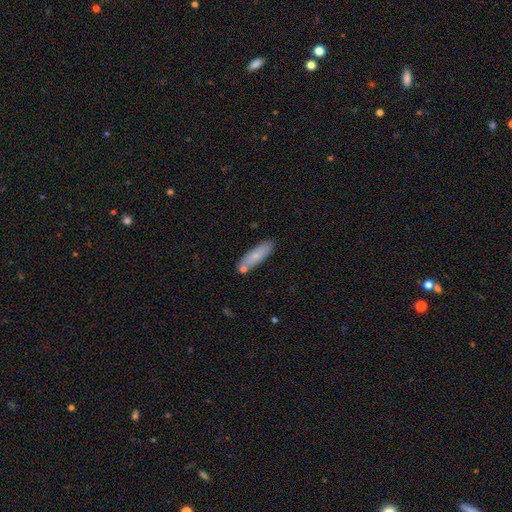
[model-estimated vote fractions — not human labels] This is likely a smooth galaxy (74%). How rounded: possibly cigar-shaped (58%). Merging: likely none (75%).